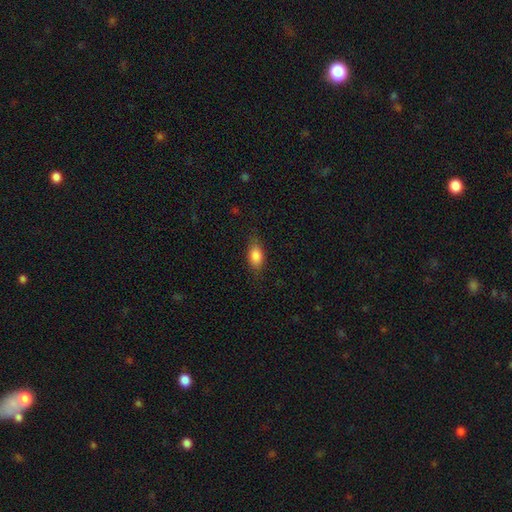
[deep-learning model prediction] Overall: smooth (84%). How rounded: in between (86%). Merging: none (78%).